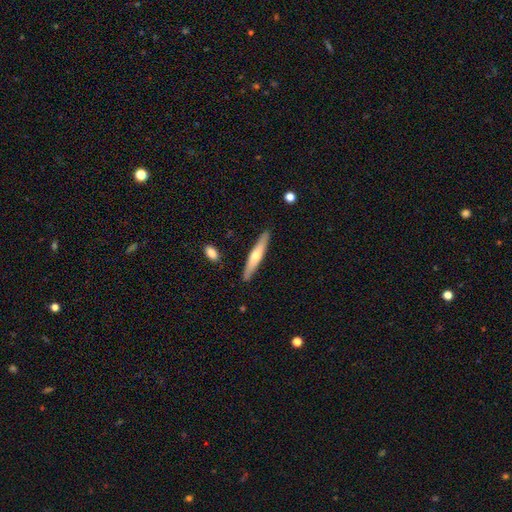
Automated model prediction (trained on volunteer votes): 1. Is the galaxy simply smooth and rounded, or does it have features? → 51% smooth, 44% featured or disk, 5% star or artifact.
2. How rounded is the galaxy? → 91% cigar-shaped, 8% in between, 1% round.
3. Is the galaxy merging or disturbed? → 88% none, 8% minor disturbance, 2% merger, 2% major disturbance.